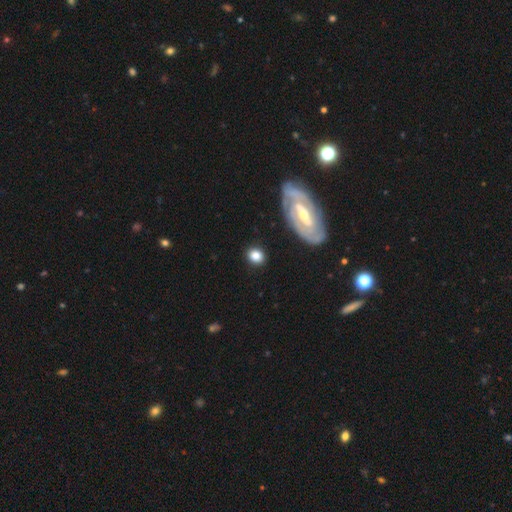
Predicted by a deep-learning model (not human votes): A smooth galaxy with no disk features (77%) that is round (71%).

Vote fractions:
- Smooth or featured? smooth: 77% / featured or disk: 15% / star or artifact: 8%
- How rounded? round: 71% / in between: 27% / cigar-shaped: 2%
- Merging? none: 85% / minor disturbance: 9% / major disturbance: 3% / merger: 3%